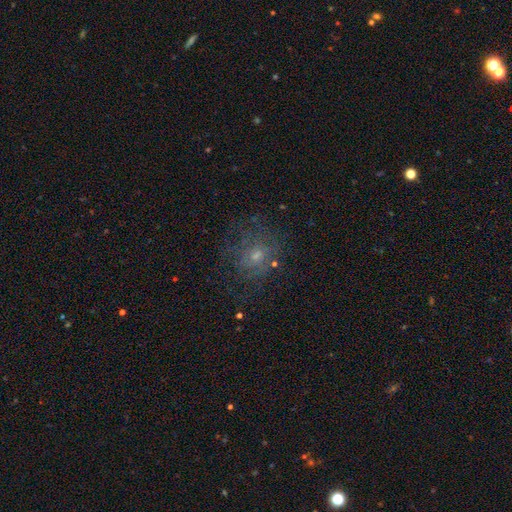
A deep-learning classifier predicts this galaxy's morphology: This is marginally a featured or disk galaxy (41%, tied with smooth). Merging: possibly none (59%).